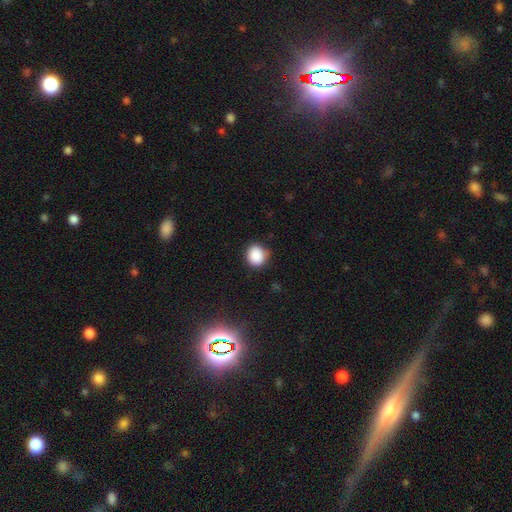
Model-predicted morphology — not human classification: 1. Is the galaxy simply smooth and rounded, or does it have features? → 87% smooth, 10% star or artifact, 3% featured or disk.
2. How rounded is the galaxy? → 82% round, 17% in between, 1% cigar-shaped.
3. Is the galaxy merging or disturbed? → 81% none, 14% minor disturbance, 3% major disturbance, 1% merger.